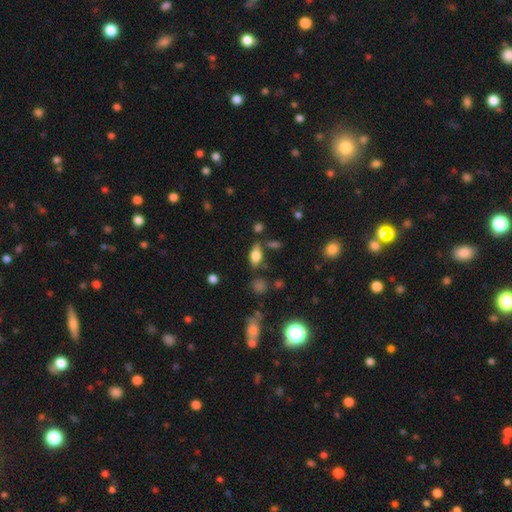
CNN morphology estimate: Smooth or featured? smooth (69%)
How rounded? in between (85%)
Merging? none (72%)